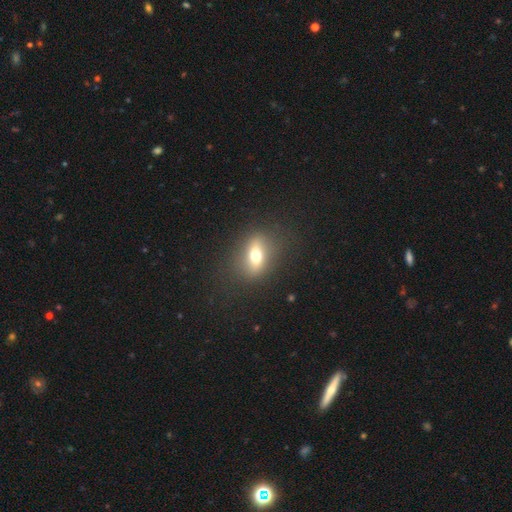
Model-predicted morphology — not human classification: The model was most divided on "smooth or featured": smooth: 59%, featured or disk: 30%, star or artifact: 11%. More confident: merging — none (82%); how rounded — in between (67%).